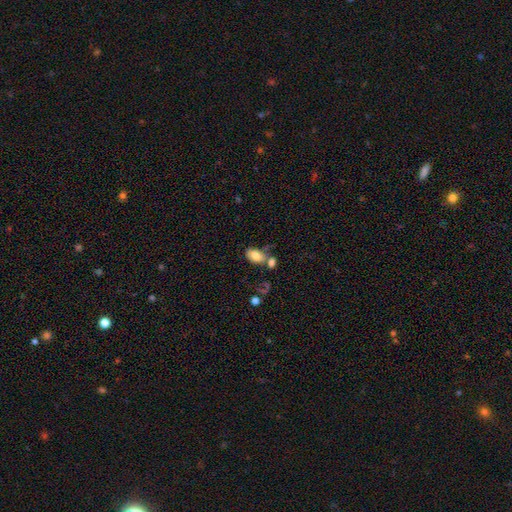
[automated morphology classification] Smooth or featured? Predicted: smooth (p=0.79). How rounded? Predicted: in between (p=0.91). Merging? Predicted: none (p=0.44).